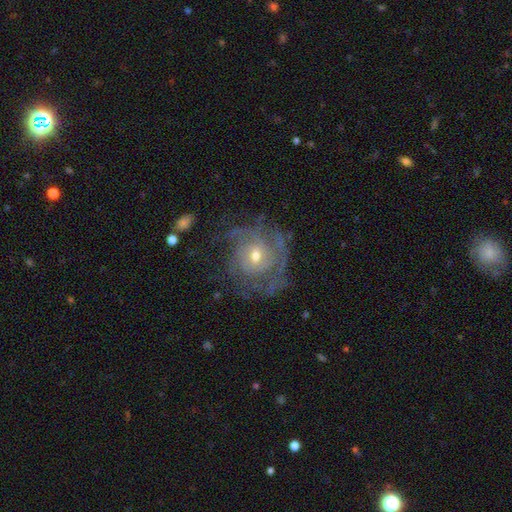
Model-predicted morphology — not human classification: A featured or disk galaxy (72%) with no bar (71%), tight (54%) spiral arms (77%) and a moderate central bulge (48%). Merging: none (55%).